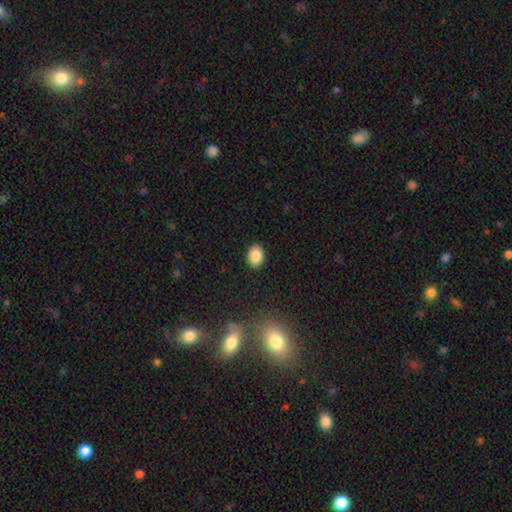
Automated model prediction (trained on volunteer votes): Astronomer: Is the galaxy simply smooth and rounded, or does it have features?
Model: smooth — 86%.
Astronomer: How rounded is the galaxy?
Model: in between — 73%.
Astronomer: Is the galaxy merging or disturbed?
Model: none — 89%.